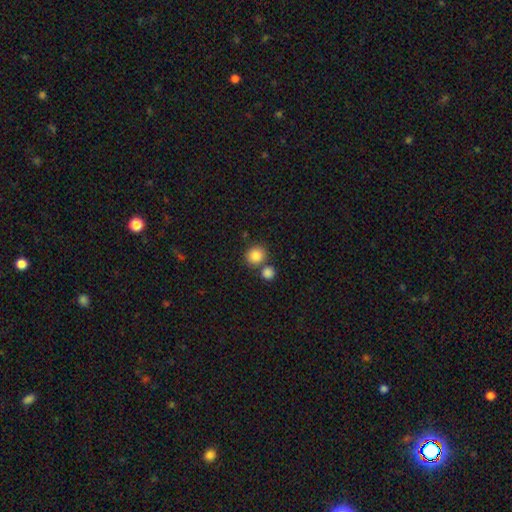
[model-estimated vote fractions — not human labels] Morphology: type=smooth (85%); roundness=round (86%); merging=none (68%).